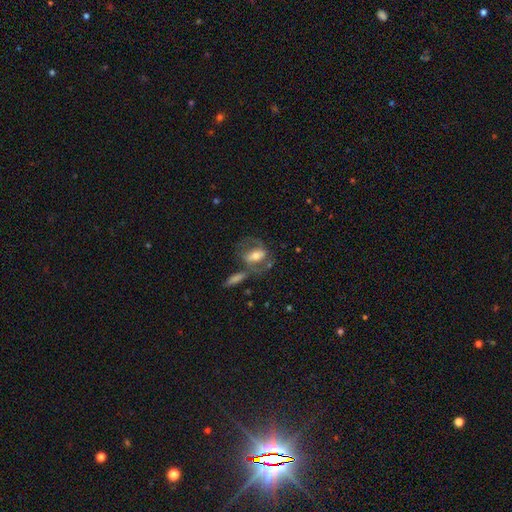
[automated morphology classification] smooth-or-featured: featured or disk: 57% | smooth: 35% | star or artifact: 8%
  disk-edge-on: no: 89% | yes: 11%
    bar: strong: 42% | weak: 31% | no: 27%
    has-spiral-arms: yes: 58% | no: 42%
    bulge-size: moderate: 56% | small: 24% | large: 15% | none: 3% | dominant: 2%
  merging: none: 46% | merger: 22% | minor disturbance: 16% | major disturbance: 16%